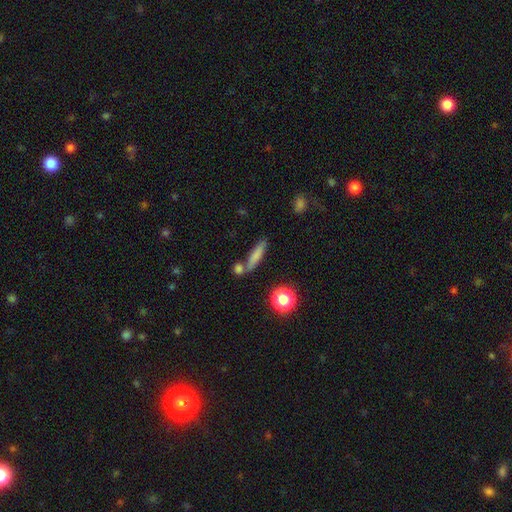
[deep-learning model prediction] Smooth or featured: smooth — 73% (featured or disk — 18%)
How rounded: cigar-shaped — 77% (in between — 17%)
Merging: none — 66% (merger — 18%)